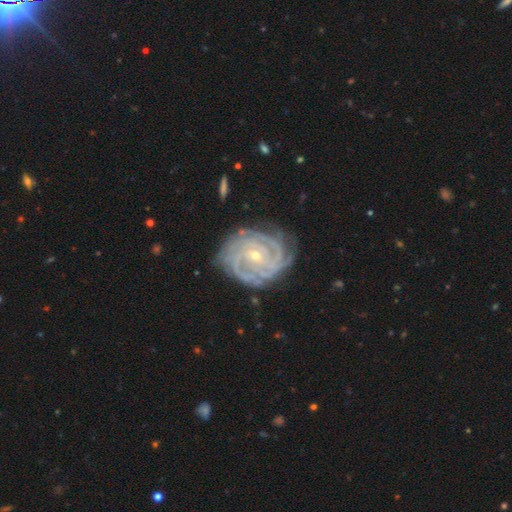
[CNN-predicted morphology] Smooth or featured? featured or disk (91%)
Edge-on disk? no (98%)
Bar? no (65%)
Spiral arms? yes (98%)
Spiral winding? tight (83%)
Spiral arm count? 4 (27%)
Bulge size? small (72%)
Merging? none (77%)